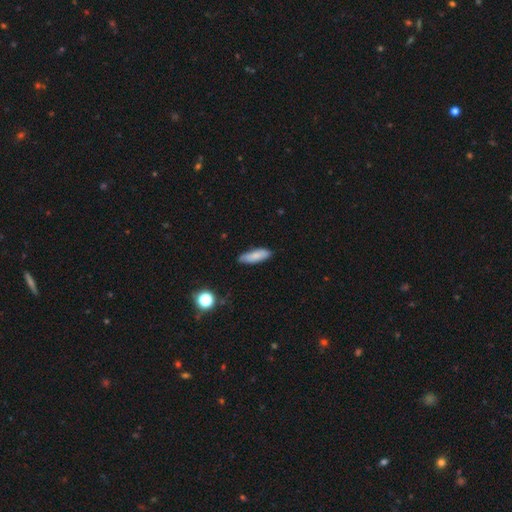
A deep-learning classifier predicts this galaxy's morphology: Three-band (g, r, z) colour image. It shows a smooth galaxy with no disk features (81%) that is in between round and cigar-shaped (52%). Merging: none (82%).